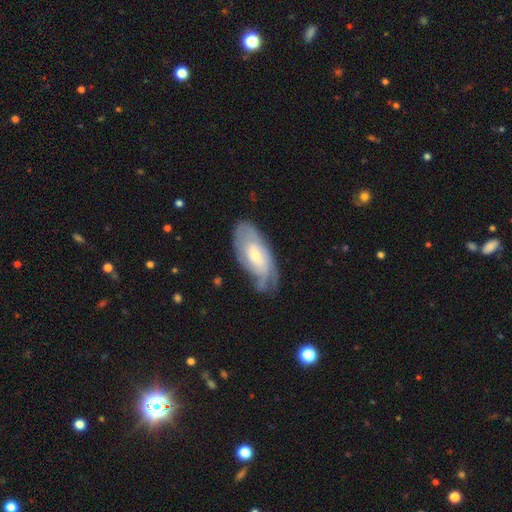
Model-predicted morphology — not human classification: smooth_or_featured: featured or disk (p=0.63) [alt: smooth p=0.31]
disk_edge_on: no (p=0.89) [alt: yes p=0.11]
bar: no (p=0.64) [alt: weak p=0.29]
has_spiral_arms: yes (p=0.81) [alt: no p=0.19]
bulge_size: small (p=0.50) [alt: moderate p=0.42]
merging: none (p=0.60) [alt: minor disturbance p=0.27]